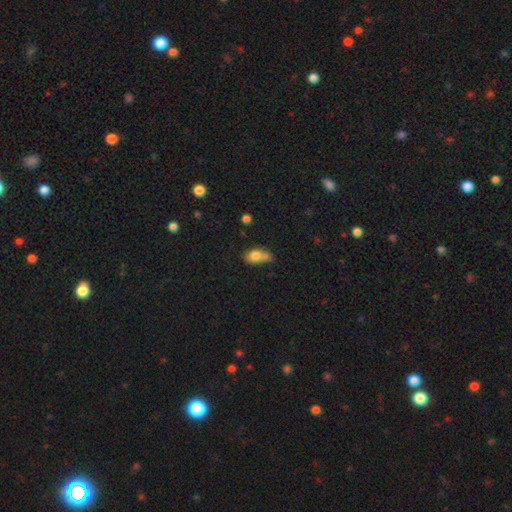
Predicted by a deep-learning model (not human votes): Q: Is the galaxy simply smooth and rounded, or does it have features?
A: smooth — 77%.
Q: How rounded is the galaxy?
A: in between — 77%.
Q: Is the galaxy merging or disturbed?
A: merger — 39%.